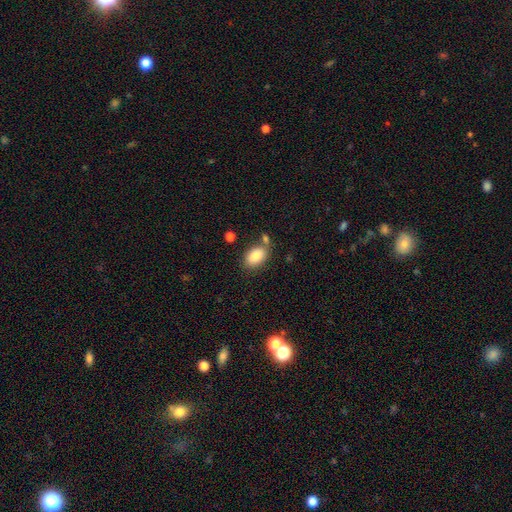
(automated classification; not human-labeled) This appears to be a smooth galaxy with no disk features (85%) that is in between round and cigar-shaped (89%). Merging: none (70%).